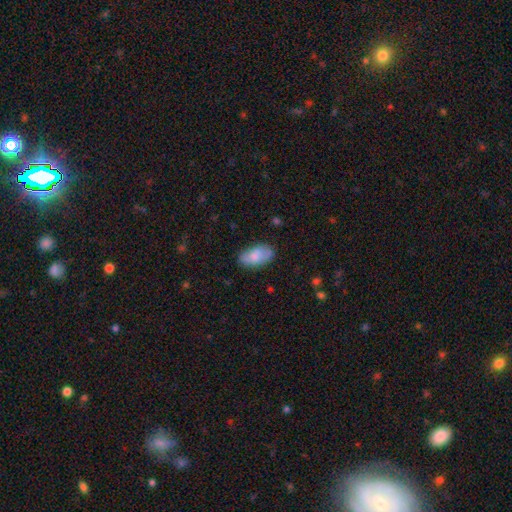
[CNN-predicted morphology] A smooth galaxy with no disk features (78%) that is in between round and cigar-shaped (93%).

Vote fractions:
- Smooth or featured? smooth: 78% / featured or disk: 15% / star or artifact: 6%
- How rounded? in between: 93% / round: 4% / cigar-shaped: 3%
- Merging? none: 77% / minor disturbance: 18% / major disturbance: 4% / merger: 2%